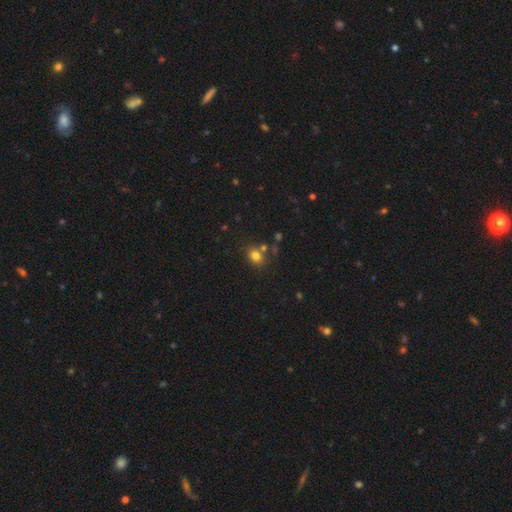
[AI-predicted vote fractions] Smooth or featured? smooth (79%)
How rounded? round (54%)
Merging? none (70%)